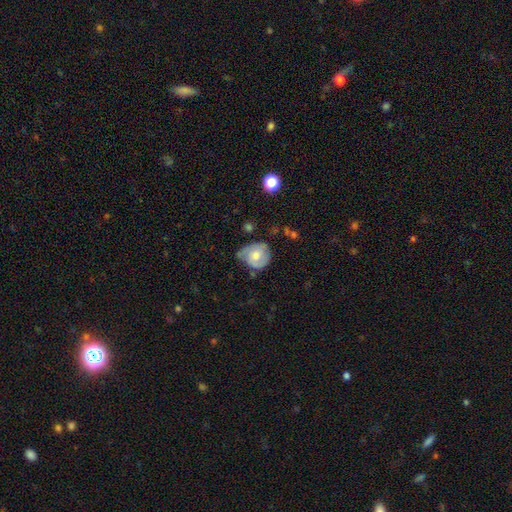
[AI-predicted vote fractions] Smooth or featured: smooth — 48% (featured or disk — 45%)
Merging: none — 43% (minor disturbance — 39%)